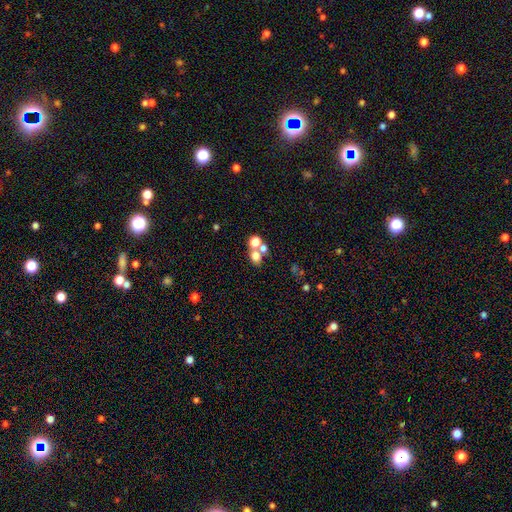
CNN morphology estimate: smooth 69%, star or artifact 18%, featured or disk 14%. Down the decision tree: how rounded — round (61%); merging — none (45%).